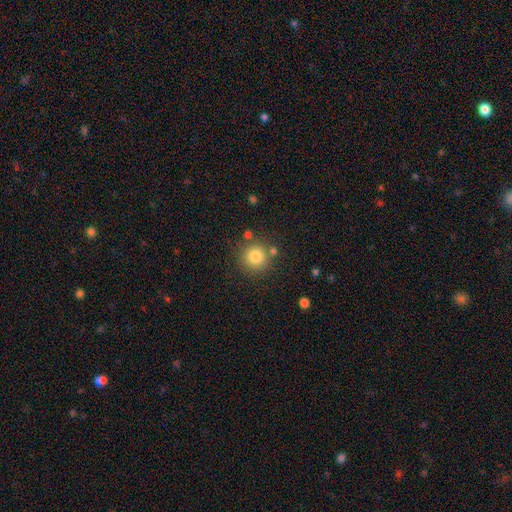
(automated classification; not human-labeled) Morphology: type=smooth (83%); roundness=round (94%); merging=none (81%).